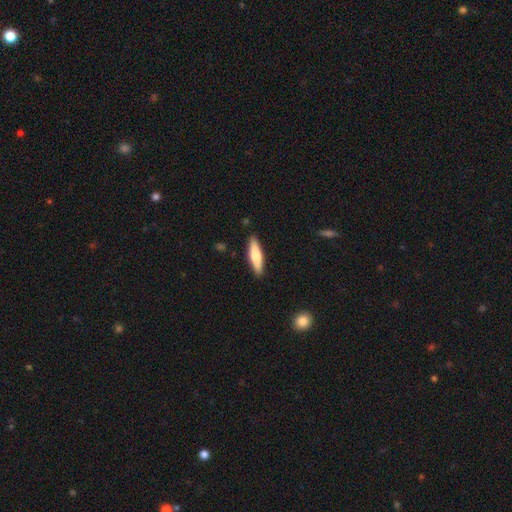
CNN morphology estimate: This appears to be a smooth galaxy with no disk features (68%) that is cigar-shaped (70%). Merging: none (88%).